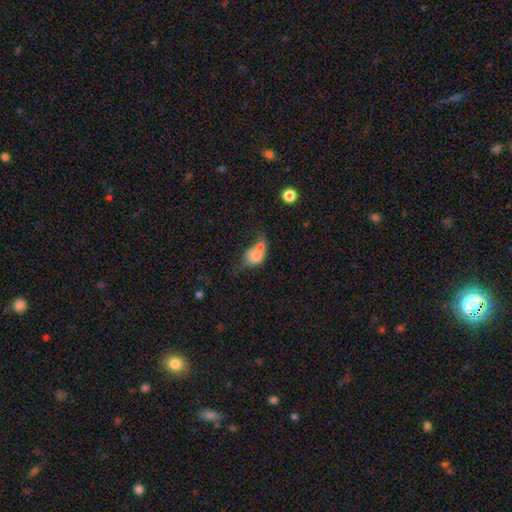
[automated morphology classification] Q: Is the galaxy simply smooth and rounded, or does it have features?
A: smooth — 68%.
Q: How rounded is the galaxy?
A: in between — 54%.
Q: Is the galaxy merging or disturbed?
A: merger — 62%.